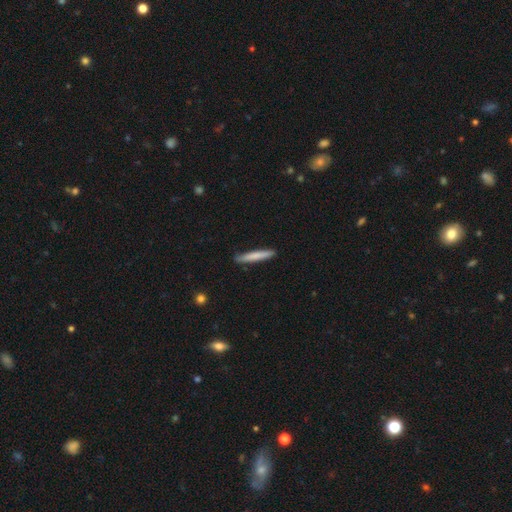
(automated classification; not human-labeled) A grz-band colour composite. It shows a smooth galaxy with no disk features (74%) that is cigar-shaped (95%). Merging: none (88%).